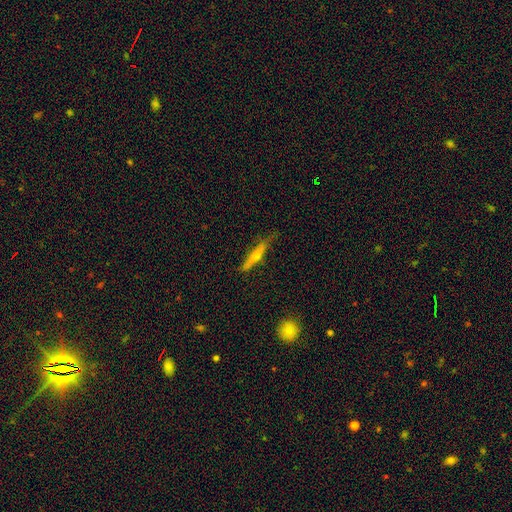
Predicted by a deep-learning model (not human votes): Smooth or featured? Predicted: smooth (p=0.60). How rounded? Predicted: cigar-shaped (p=0.89). Merging? Predicted: none (p=0.73).